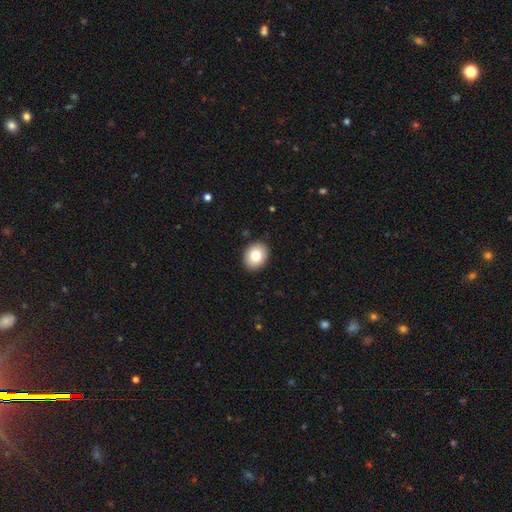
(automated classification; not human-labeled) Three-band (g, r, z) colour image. It shows a smooth galaxy with no disk features (80%) that is in between round and cigar-shaped (55%). Merging: none (90%).